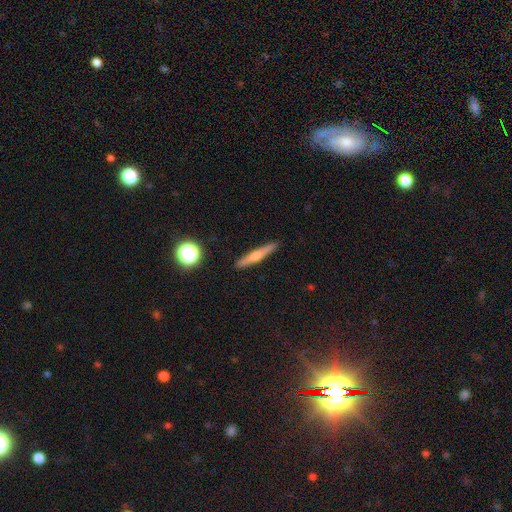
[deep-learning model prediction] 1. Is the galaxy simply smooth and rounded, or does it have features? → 56% featured or disk, 37% smooth, 7% star or artifact.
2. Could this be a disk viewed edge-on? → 97% yes, 3% no.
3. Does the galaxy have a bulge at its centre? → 86% rounded, 9% none, 5% boxy.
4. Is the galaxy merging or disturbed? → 91% none, 6% minor disturbance, 1% major disturbance, 1% merger.